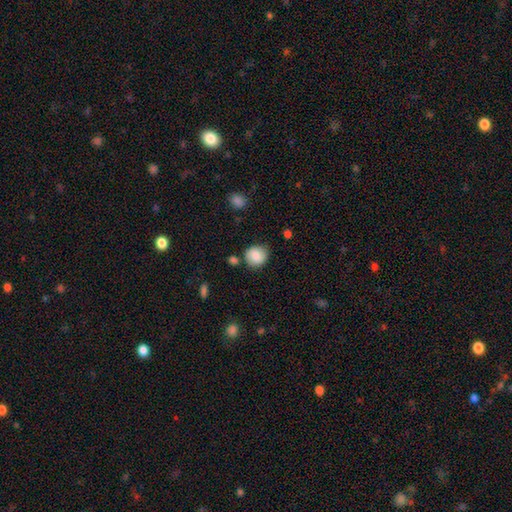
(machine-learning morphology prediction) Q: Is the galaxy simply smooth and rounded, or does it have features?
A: smooth — 78%.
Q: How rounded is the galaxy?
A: round — 84%.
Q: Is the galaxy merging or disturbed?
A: none — 77%.